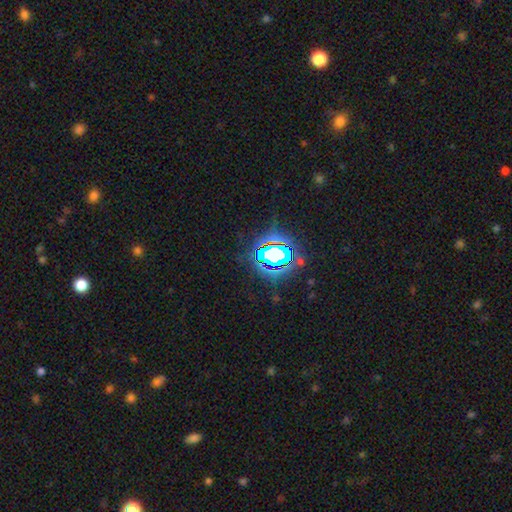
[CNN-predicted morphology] Smooth or featured: star or artifact — 76% (smooth — 15%)